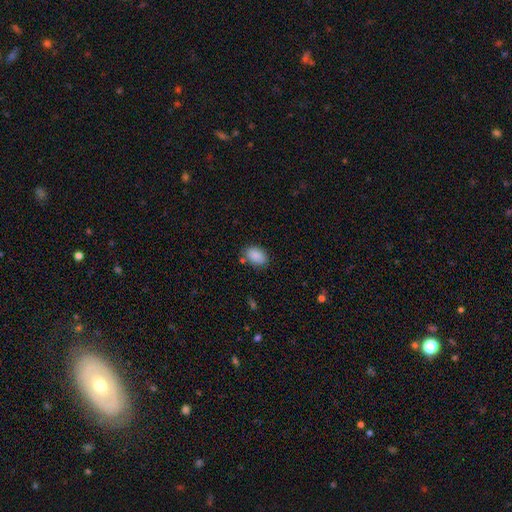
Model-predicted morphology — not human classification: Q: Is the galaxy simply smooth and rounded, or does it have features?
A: smooth — 89%.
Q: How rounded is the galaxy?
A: in between — 86%.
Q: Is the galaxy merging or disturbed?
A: none — 78%.